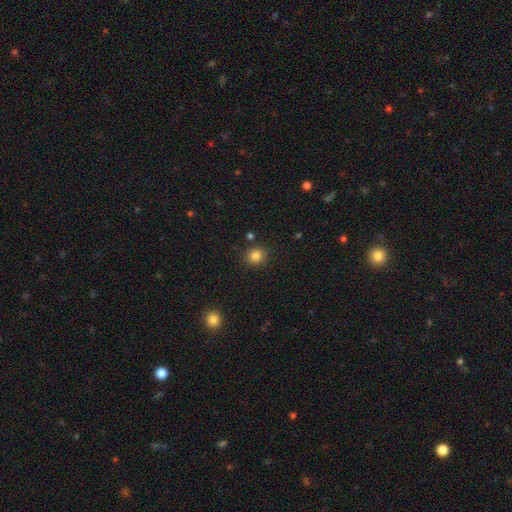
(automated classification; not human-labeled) Overall: smooth (83%). How rounded: round (86%). Merging: none (87%).